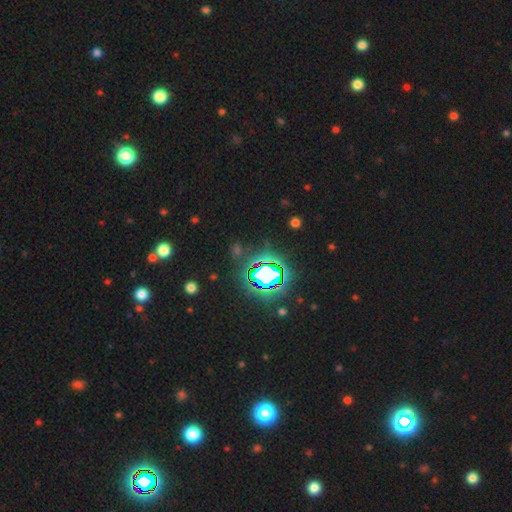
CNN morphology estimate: A star or artifact, not a galaxy (82%).